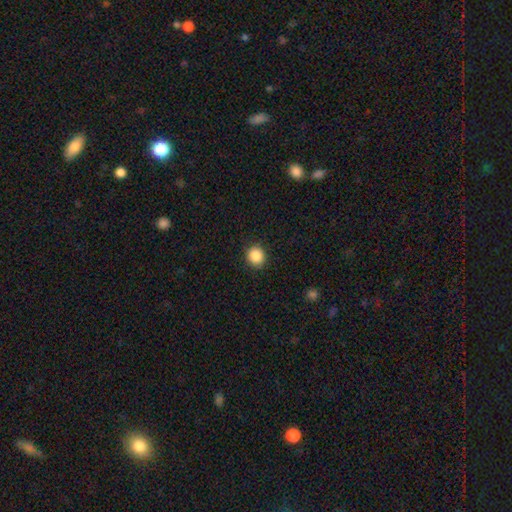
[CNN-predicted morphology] type=smooth (88%); roundness=round (83%); merging=none (90%).